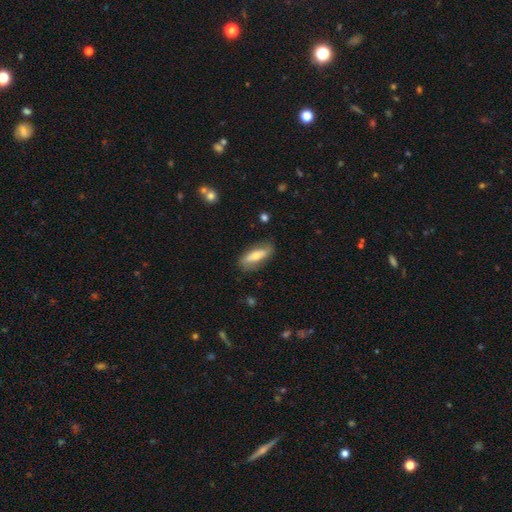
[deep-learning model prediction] Smooth or featured? Predicted: smooth (p=0.52). How rounded? Predicted: in between (p=0.67). Merging? Predicted: none (p=0.76).